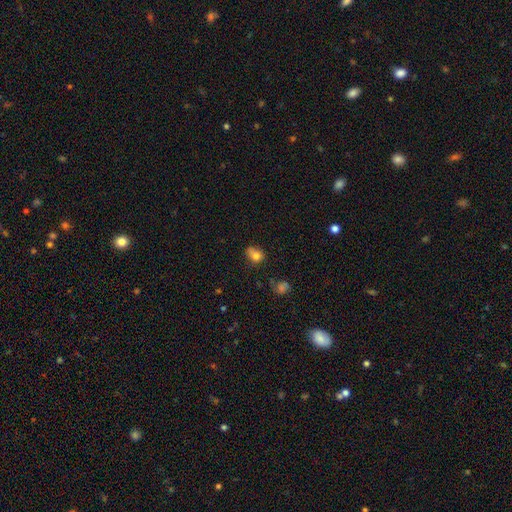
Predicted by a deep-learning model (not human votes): Overall: smooth (76%). How rounded: round (53%; in between 46%). Merging: none (42%; minor disturbance 29%).